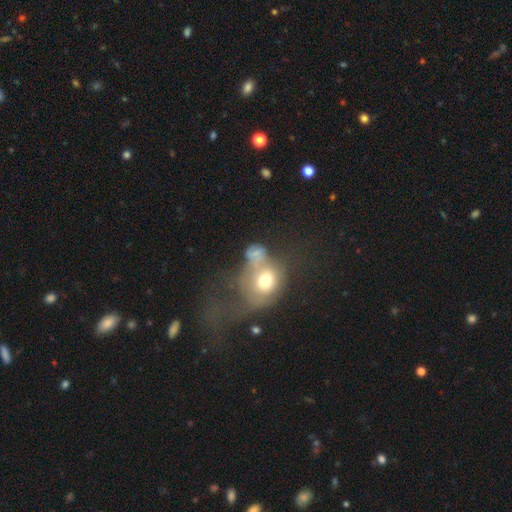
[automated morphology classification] Smooth or featured? Predicted: smooth (p=0.57). How rounded? Predicted: round (p=0.52). Merging? Predicted: merger (p=0.46).